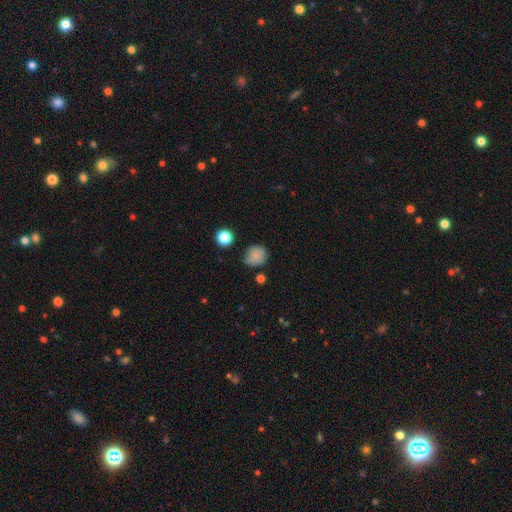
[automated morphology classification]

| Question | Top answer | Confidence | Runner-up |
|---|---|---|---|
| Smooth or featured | smooth | 81% | star or artifact (12%) |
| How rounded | round | 75% | in between (24%) |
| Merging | none | 64% | minor disturbance (26%) |